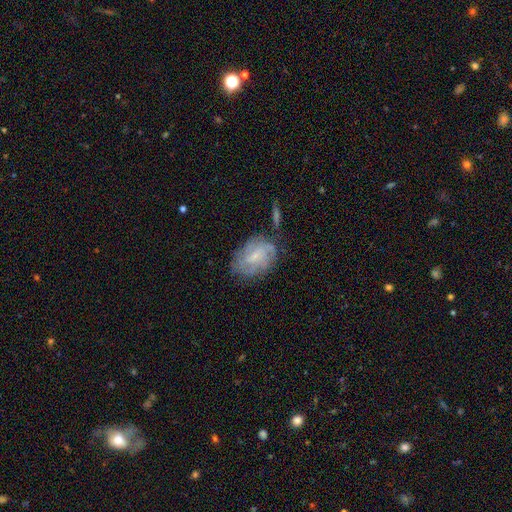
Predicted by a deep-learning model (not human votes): Morphology: type=featured or disk (62%); edge-on=no (96%); bar=weak (51%); spiral arms=yes (84%); bulge=small (52%); merging=none (64%).